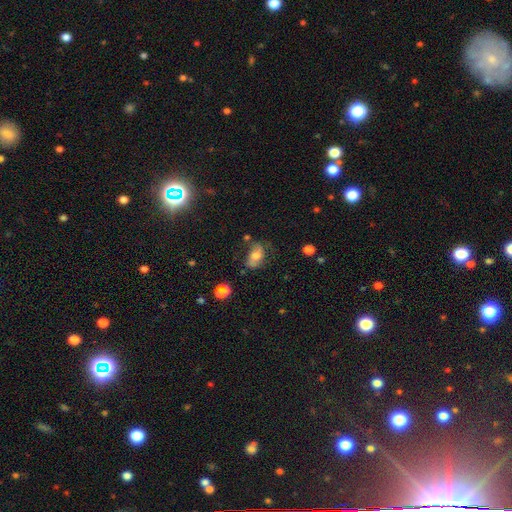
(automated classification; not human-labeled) A smooth galaxy with no disk features (64%) that is in between round and cigar-shaped (84%). Merging: none (48%).